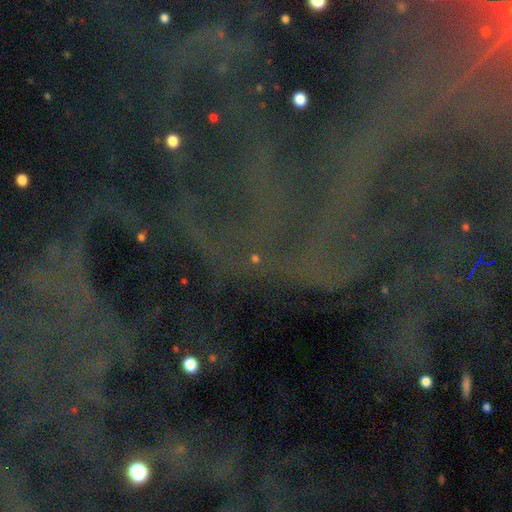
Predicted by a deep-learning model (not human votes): Smooth or featured? Predicted: star or artifact (p=0.81).